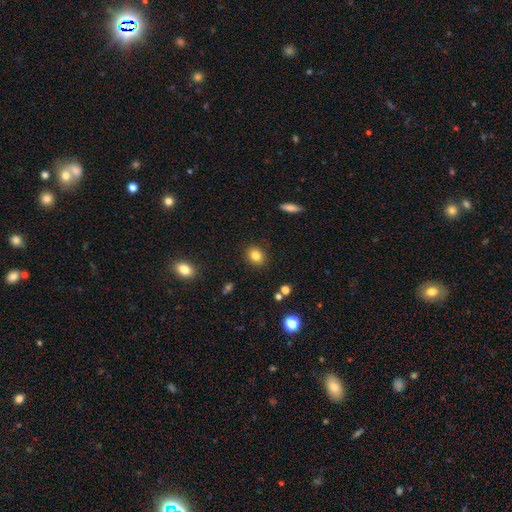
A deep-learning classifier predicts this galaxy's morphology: This is clearly a smooth galaxy (82%). How rounded: likely round (69%). Merging: clearly none (90%).